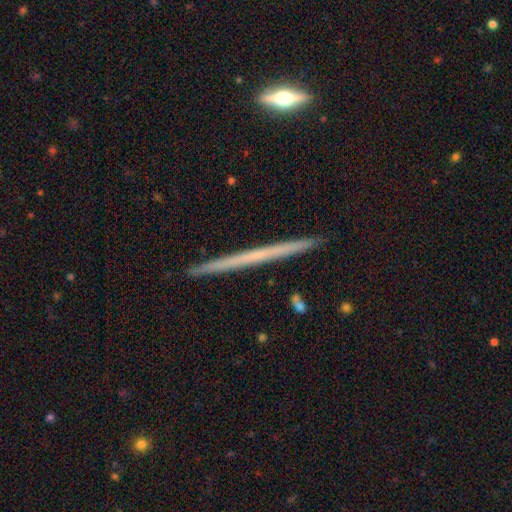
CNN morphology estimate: type=featured or disk (59%); edge-on=yes (98%); edge-on bulge=none (88%); merging=none (92%).